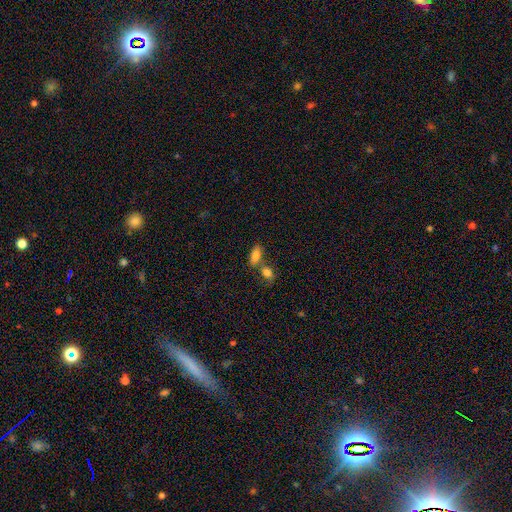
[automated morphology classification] This is clearly a smooth galaxy (82%). How rounded: clearly in between (87%). Merging: possibly none (48%).